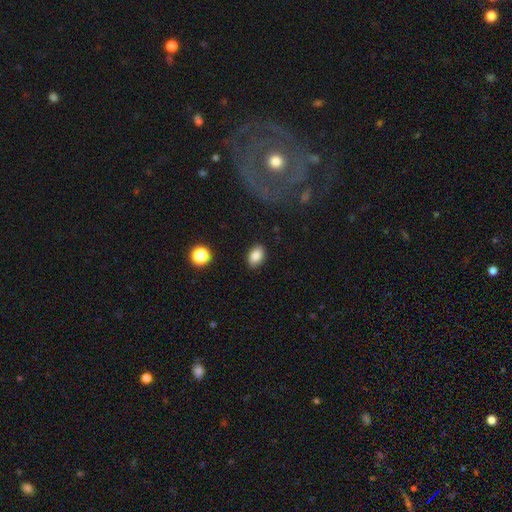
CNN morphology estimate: This is clearly a smooth galaxy (86%). How rounded: clearly in between (85%). Merging: clearly none (85%).